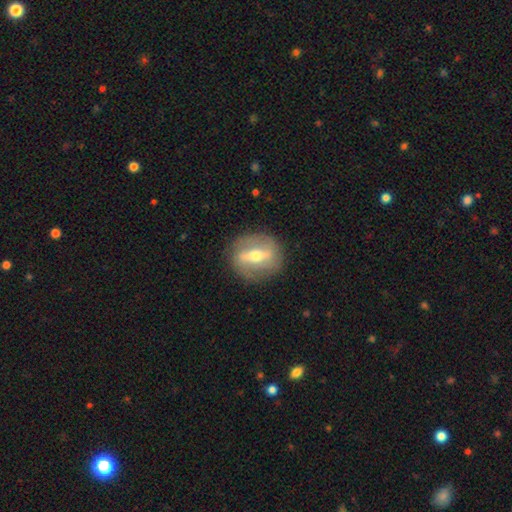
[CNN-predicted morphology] Overall: featured or disk (71%). Edge-on disk: no (79%). Bar: strong (67%). Spiral arms: no (58%; yes 42%). Bulge size: moderate (66%; small 27%). Merging: none (84%).